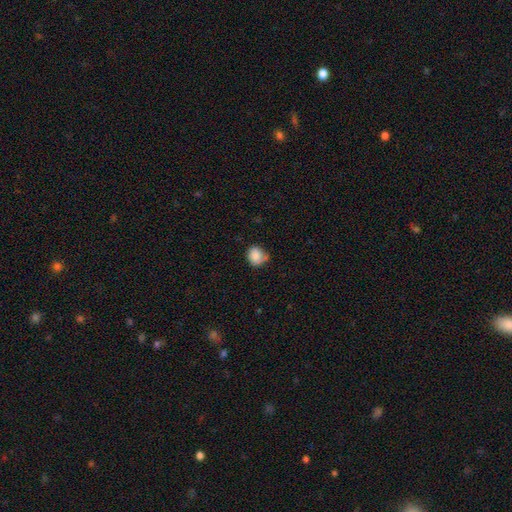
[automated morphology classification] Q: Smooth or featured?
A: smooth (83%); runner-up: featured or disk (9%)
Q: How rounded?
A: round (75%); runner-up: in between (24%)
Q: Merging?
A: none (54%); runner-up: minor disturbance (30%)